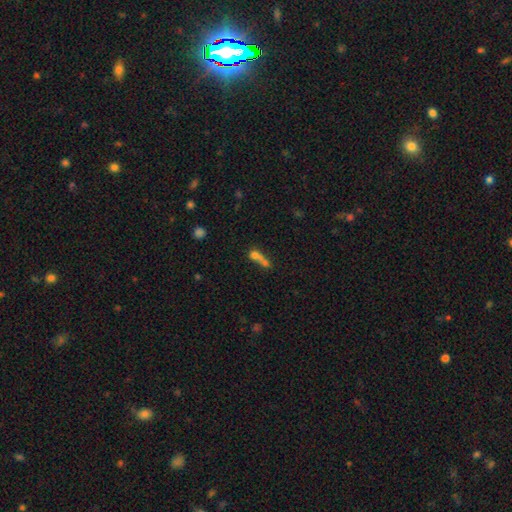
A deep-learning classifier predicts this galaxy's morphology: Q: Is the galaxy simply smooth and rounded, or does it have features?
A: smooth — 61%.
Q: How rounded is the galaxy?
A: round — 55%.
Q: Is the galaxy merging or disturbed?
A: merger — 60%.